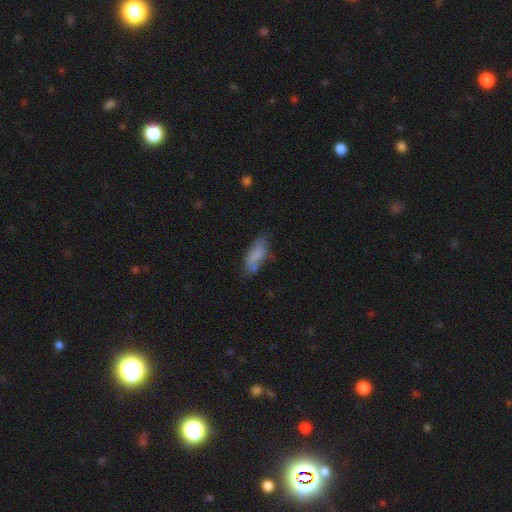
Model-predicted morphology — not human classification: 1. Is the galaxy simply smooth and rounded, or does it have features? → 76% smooth, 15% featured or disk, 9% star or artifact.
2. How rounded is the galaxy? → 74% in between, 23% cigar-shaped, 2% round.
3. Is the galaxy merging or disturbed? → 55% none, 29% minor disturbance, 10% major disturbance, 6% merger.